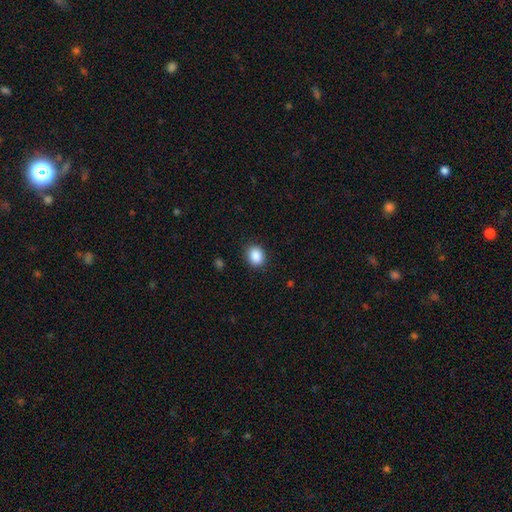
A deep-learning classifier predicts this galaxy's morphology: smooth 88%, star or artifact 9%, featured or disk 3%. Down the decision tree: how rounded — round (57%); merging — none (88%).